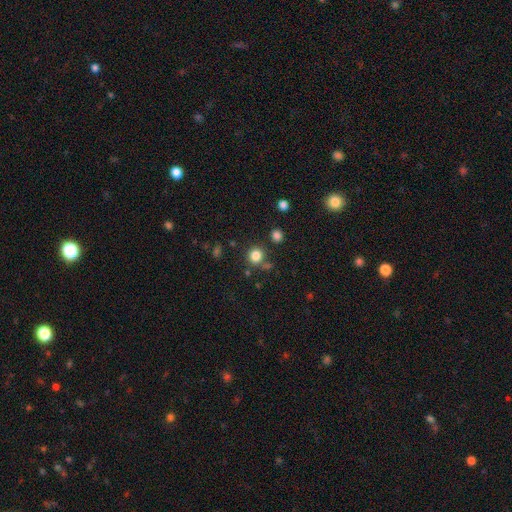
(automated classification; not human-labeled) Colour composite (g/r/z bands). It shows a smooth galaxy with no disk features (82%) that is round (89%). Merging: none (79%).